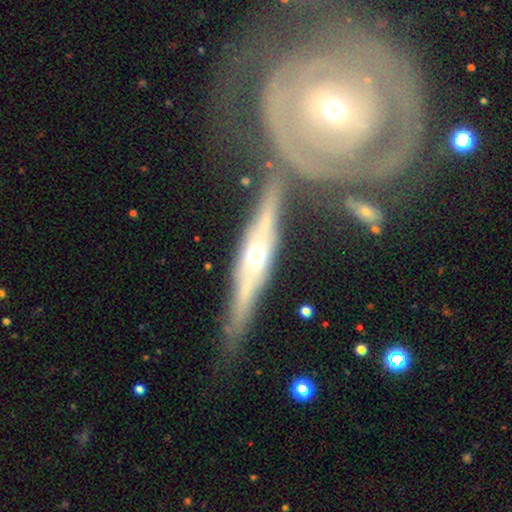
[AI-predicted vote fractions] Smooth or featured: featured or disk — 49% (smooth — 43%)
Merging: none — 69% (minor disturbance — 14%)